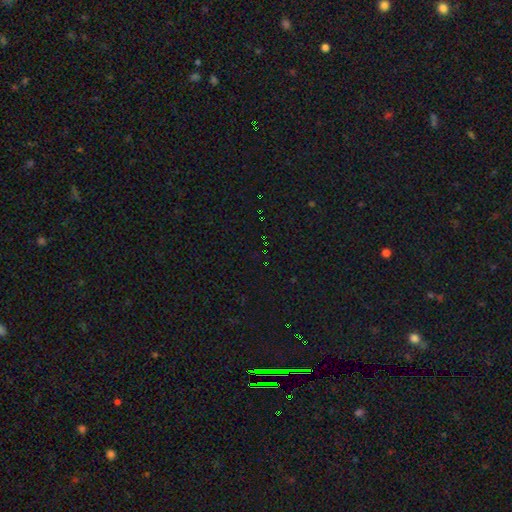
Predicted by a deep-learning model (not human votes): Overall: star or artifact (80%).